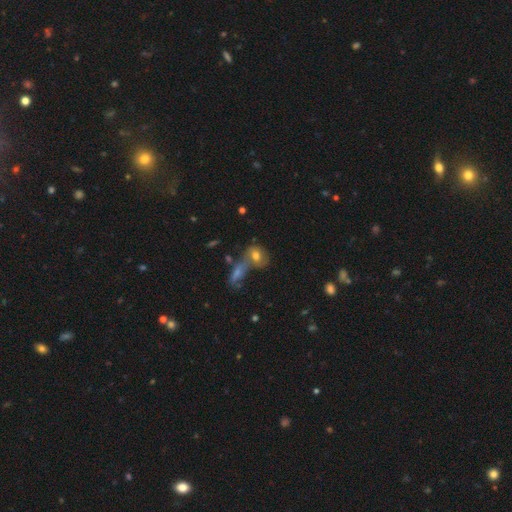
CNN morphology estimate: This appears to be a smooth galaxy with no disk features (46%). Merging: none (42%).